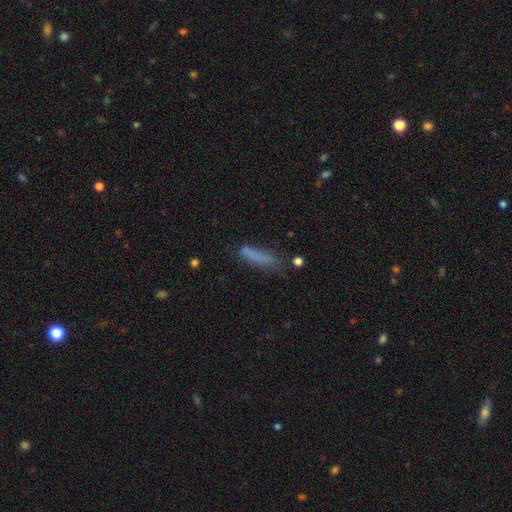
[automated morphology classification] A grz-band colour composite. It shows a smooth galaxy with no disk features (78%) that is cigar-shaped (76%). Merging: none (65%).